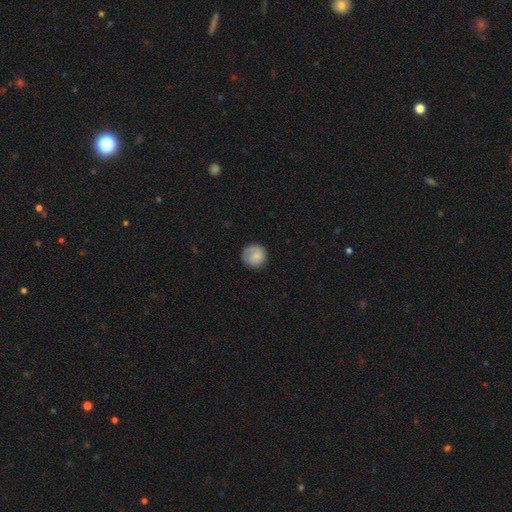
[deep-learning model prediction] Morphology: type=smooth (79%); roundness=round (92%); merging=none (77%).